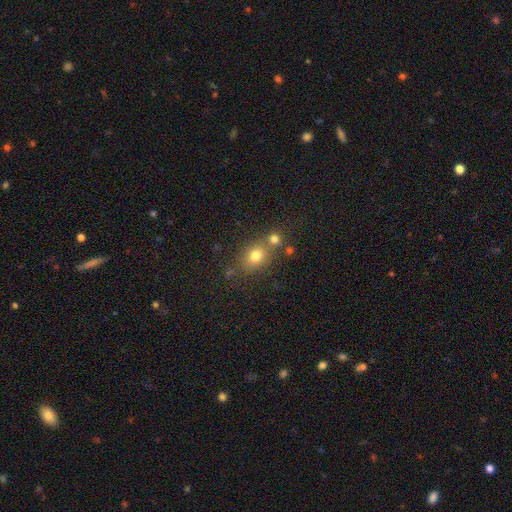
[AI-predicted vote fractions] Smooth or featured?
  - smooth: 75% *
  - star or artifact: 15%
  - featured or disk: 11%
How rounded?
  - round: 51% *
  - in between: 48%
  - cigar-shaped: 1%
Merging?
  - none: 60% *
  - merger: 24%
  - minor disturbance: 12%
  - major disturbance: 4%